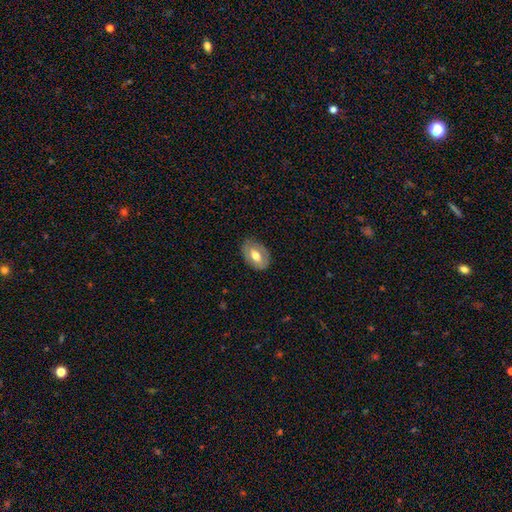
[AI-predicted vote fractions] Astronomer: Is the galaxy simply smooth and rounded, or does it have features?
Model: smooth — 59% (runner-up: featured or disk, 35%).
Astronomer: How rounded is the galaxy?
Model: in between — 88%.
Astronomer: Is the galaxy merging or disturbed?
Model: none — 81%.